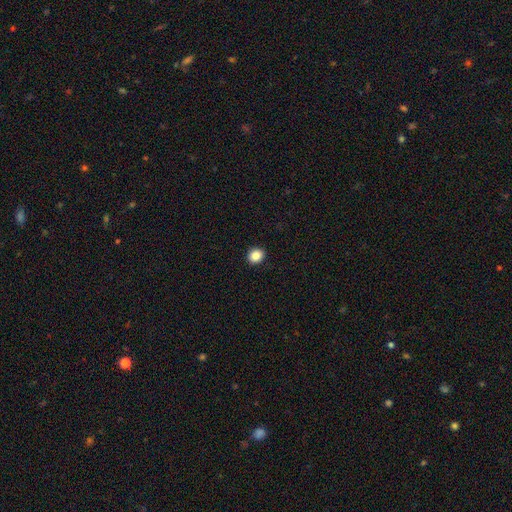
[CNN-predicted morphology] smooth 88%, star or artifact 9%, featured or disk 3%. Down the decision tree: how rounded — round (71%); merging — none (92%).